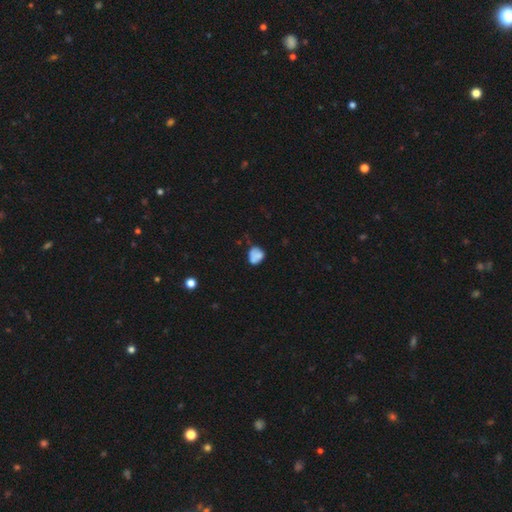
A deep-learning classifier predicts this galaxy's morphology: Smooth or featured?
  - smooth: 74% *
  - featured or disk: 16%
  - star or artifact: 10%
How rounded?
  - round: 55% *
  - in between: 43%
  - cigar-shaped: 1%
Merging?
  - none: 43% *
  - minor disturbance: 33%
  - merger: 13%
  - major disturbance: 11%